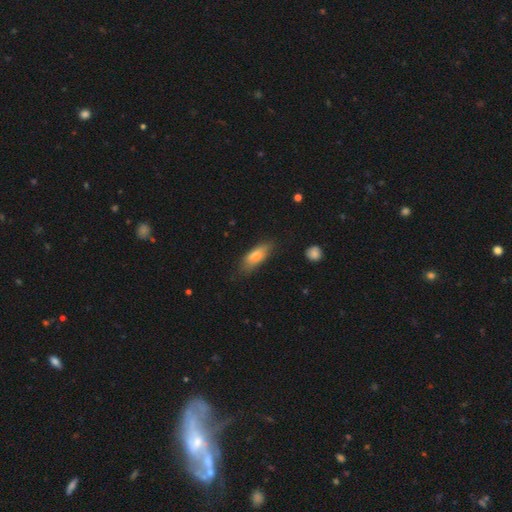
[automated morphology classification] The model was most divided on "merging": none: 64%, minor disturbance: 26%, major disturbance: 8%, merger: 2%. More confident: smooth or featured — smooth (76%); how rounded — in between (71%).